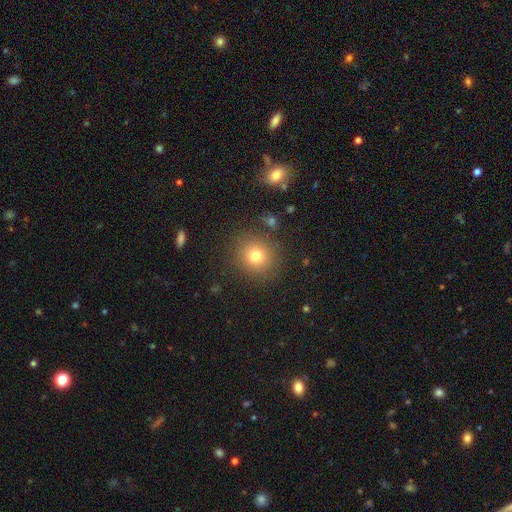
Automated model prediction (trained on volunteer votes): The model was most divided on "smooth or featured": smooth: 75%, star or artifact: 15%, featured or disk: 10%. More confident: how rounded — round (88%); merging — none (86%).